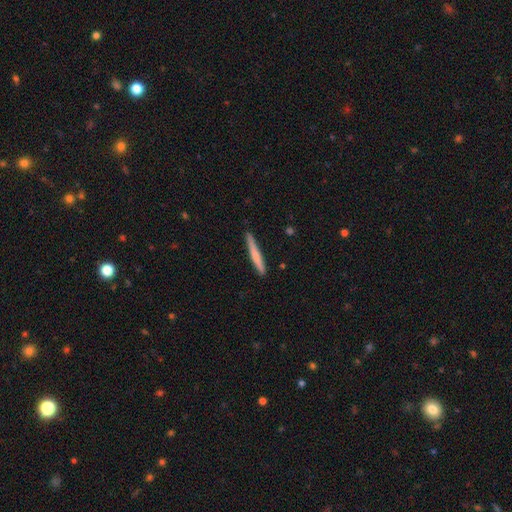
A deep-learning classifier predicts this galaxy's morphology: This is likely a smooth galaxy (65%). How rounded: clearly cigar-shaped (96%). Merging: clearly none (88%).